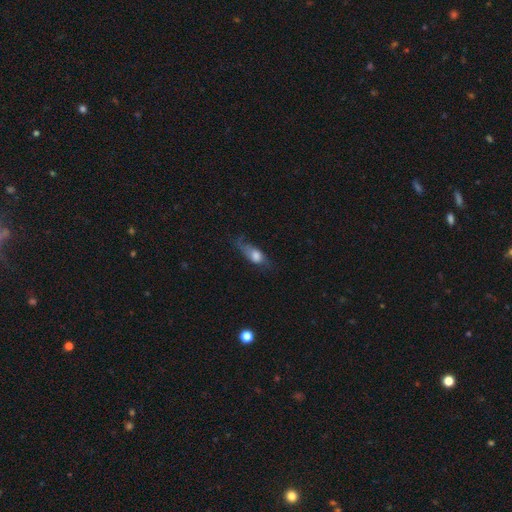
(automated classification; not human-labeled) smooth 60%, featured or disk 31%, star or artifact 9%. Down the decision tree: how rounded — in between (72%); merging — none (39%).